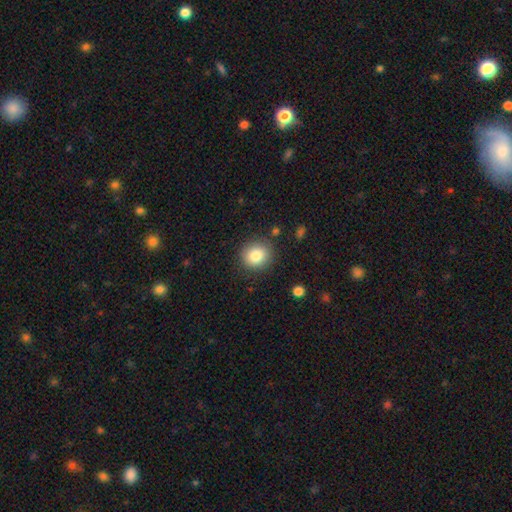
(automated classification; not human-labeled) Overall: smooth (84%). How rounded: round (86%). Merging: none (86%).